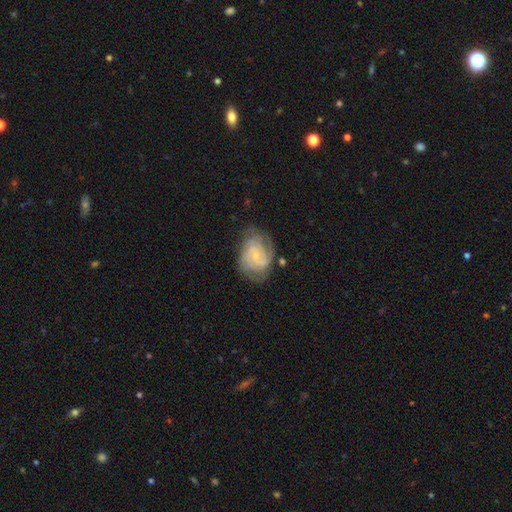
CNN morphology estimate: This is likely a featured or disk galaxy (78%). It is clearly not viewed edge-on (98%). Bar: likely no (60%). Spiral arm pattern: clearly yes (92%). Spiral arm count: marginally 2 (36%). Spiral winding: possibly tight (56%). Central bulge: likely small (74%). Merging: likely none (64%).